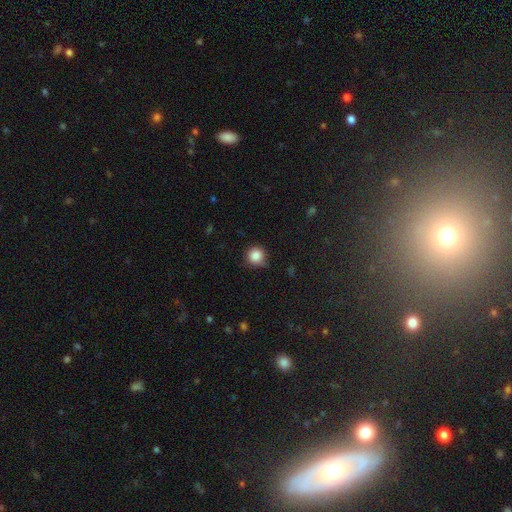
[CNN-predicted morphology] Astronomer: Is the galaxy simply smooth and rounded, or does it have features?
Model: smooth — 86%.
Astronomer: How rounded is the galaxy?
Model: round — 94%.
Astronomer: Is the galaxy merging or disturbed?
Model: none — 76%.